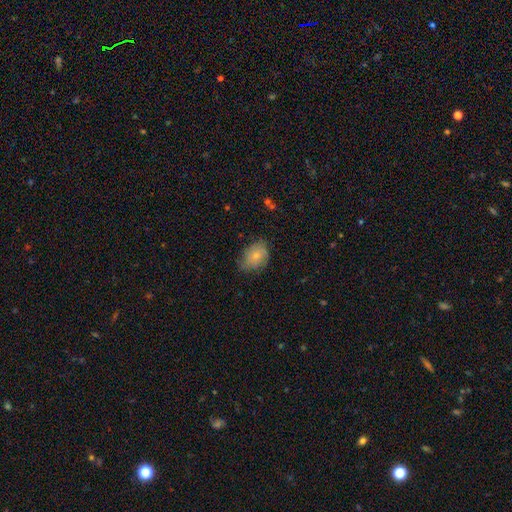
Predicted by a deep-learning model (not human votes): Smooth or featured: smooth — 74% (featured or disk — 19%)
How rounded: in between — 76% (round — 23%)
Merging: none — 58% (minor disturbance — 33%)